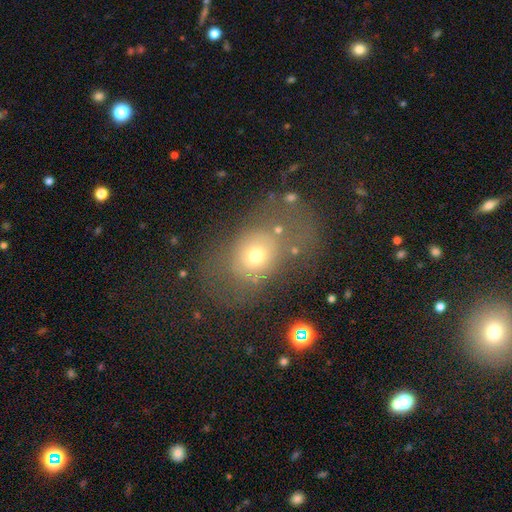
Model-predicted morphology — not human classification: Smooth or featured?
  - smooth: 60% *
  - featured or disk: 25%
  - star or artifact: 15%
How rounded?
  - in between: 67% *
  - round: 32%
  - cigar-shaped: 2%
Merging?
  - none: 53% *
  - major disturbance: 21%
  - minor disturbance: 20%
  - merger: 6%